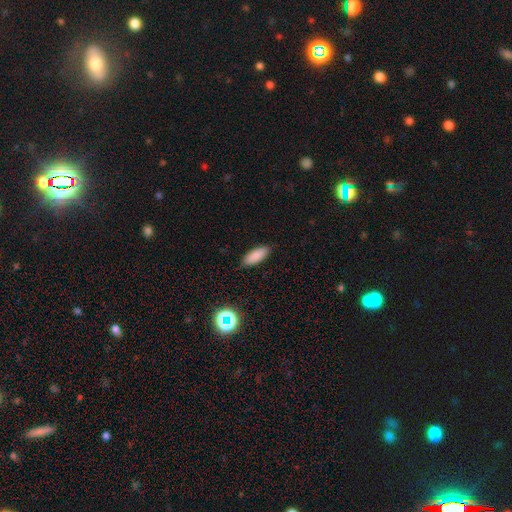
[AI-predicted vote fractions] smooth 86%, star or artifact 8%, featured or disk 5%. Down the decision tree: how rounded — in between (76%); merging — none (87%).